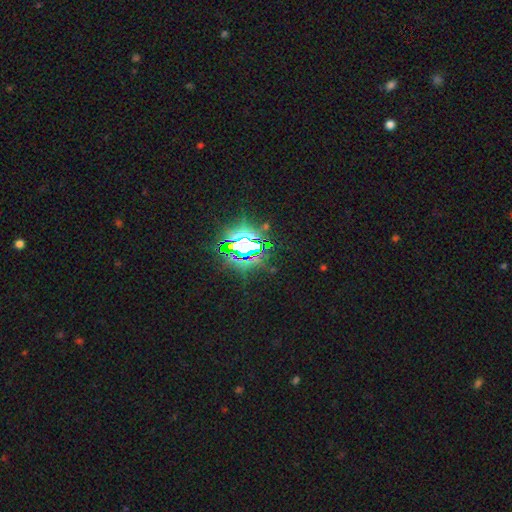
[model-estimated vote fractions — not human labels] A star or artifact, not a galaxy (81%).